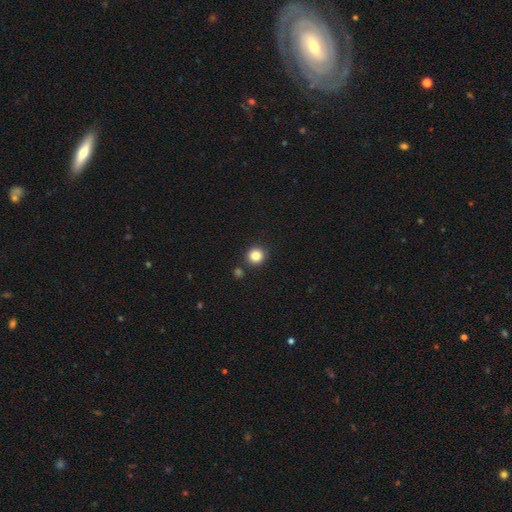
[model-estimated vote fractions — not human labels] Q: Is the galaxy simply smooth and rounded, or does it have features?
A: smooth — 84%.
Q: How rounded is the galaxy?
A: round — 92%.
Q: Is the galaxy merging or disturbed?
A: none — 86%.